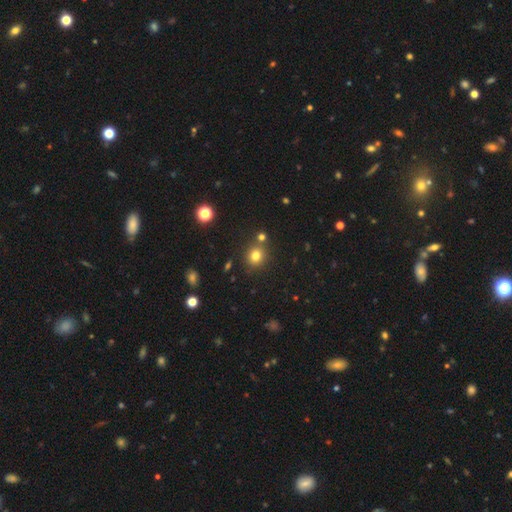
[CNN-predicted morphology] The model was most divided on "smooth or featured": smooth: 77%, star or artifact: 16%, featured or disk: 7%. More confident: how rounded — round (84%); merging — none (79%).